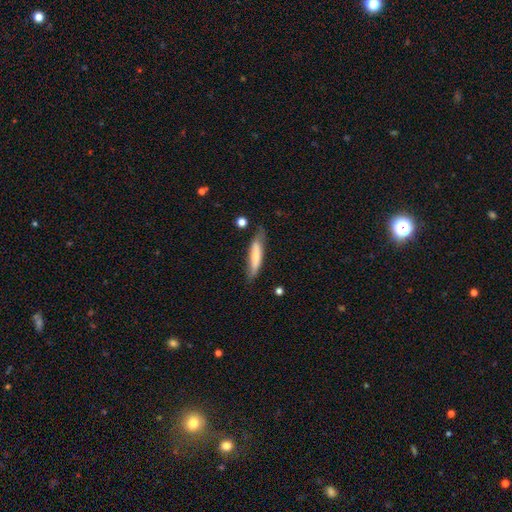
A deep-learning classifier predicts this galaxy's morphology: smooth_or_featured: smooth (p=0.65) [alt: featured or disk p=0.29]
how_rounded: cigar-shaped (p=0.79) [alt: in between p=0.20]
merging: none (p=0.64) [alt: minor disturbance p=0.25]